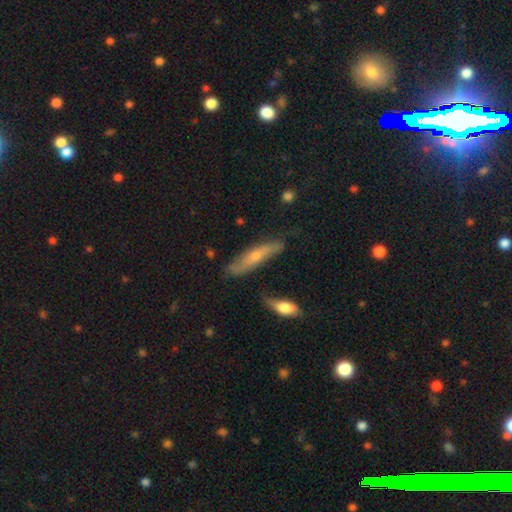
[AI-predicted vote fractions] Smooth or featured: featured or disk — 46% (tied with smooth — 46%)
Merging: none — 66% (minor disturbance — 23%)